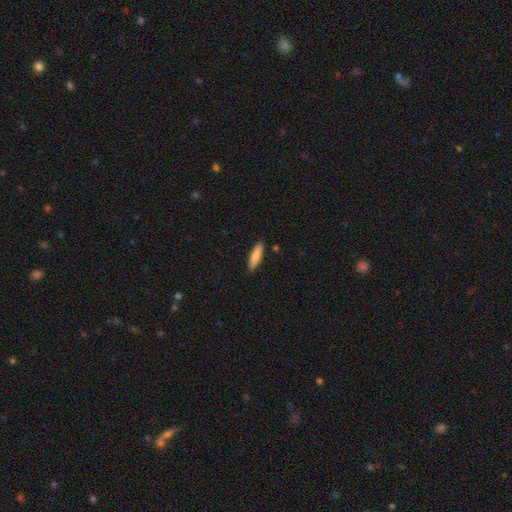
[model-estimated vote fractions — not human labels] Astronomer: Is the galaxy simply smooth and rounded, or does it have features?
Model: smooth — 83%.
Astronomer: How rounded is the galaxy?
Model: cigar-shaped — 76%.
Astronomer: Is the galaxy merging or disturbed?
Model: none — 89%.